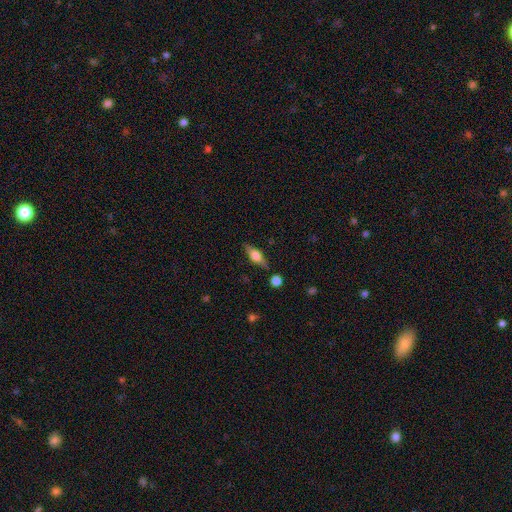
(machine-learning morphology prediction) The model was most divided on "smooth or featured": featured or disk: 54%, smooth: 38%, star or artifact: 8%. More confident: edge-on disk — yes (93%); edge-on bulge — rounded (87%); merging — none (81%).